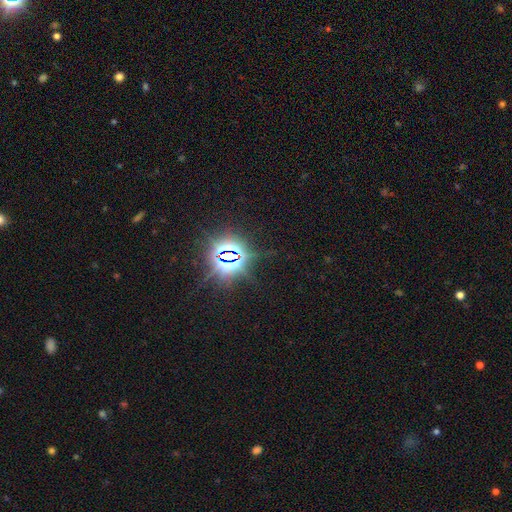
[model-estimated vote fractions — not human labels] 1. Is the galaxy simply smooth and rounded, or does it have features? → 84% star or artifact, 9% smooth, 6% featured or disk.